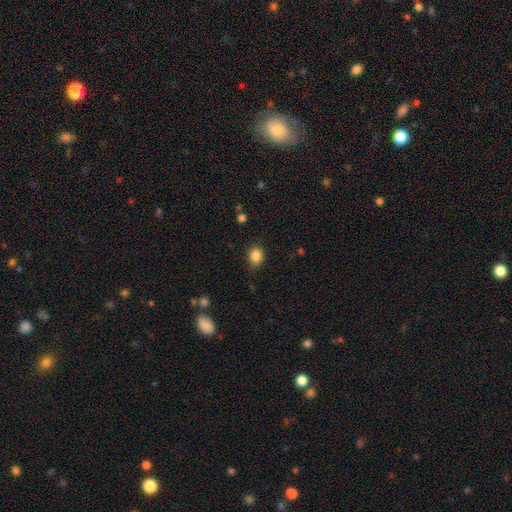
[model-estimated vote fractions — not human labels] Smooth or featured: smooth — 86% (star or artifact — 10%)
How rounded: round — 50% (in between — 49%)
Merging: none — 87% (minor disturbance — 10%)